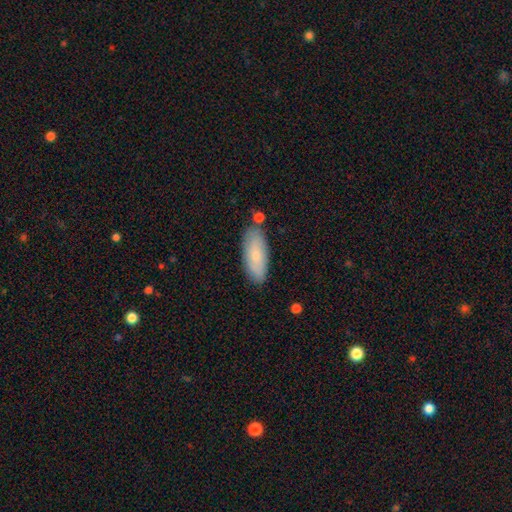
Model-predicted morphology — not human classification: type=smooth (73%); roundness=in between (78%); merging=none (79%).